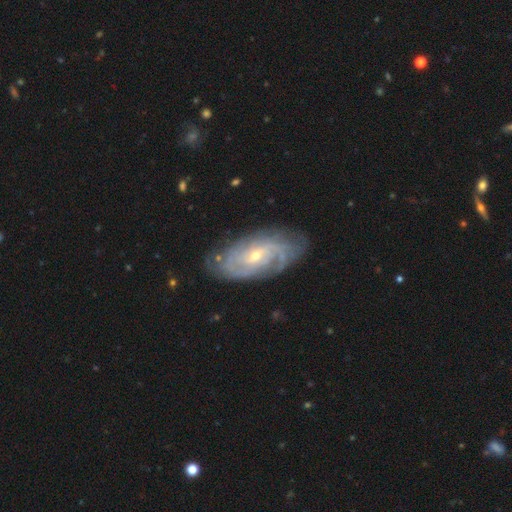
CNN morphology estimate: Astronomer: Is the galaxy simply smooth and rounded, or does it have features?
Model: featured or disk — 85%.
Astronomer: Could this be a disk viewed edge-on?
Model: no — 94%.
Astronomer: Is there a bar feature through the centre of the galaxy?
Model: no — 60%.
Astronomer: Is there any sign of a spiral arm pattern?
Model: yes — 95%.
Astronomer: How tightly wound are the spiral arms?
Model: tight — 64%.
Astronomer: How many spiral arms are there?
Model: can't tell — 37% (runner-up: 2, 24%).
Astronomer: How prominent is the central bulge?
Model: small — 70%.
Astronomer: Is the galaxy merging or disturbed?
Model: none — 76%.